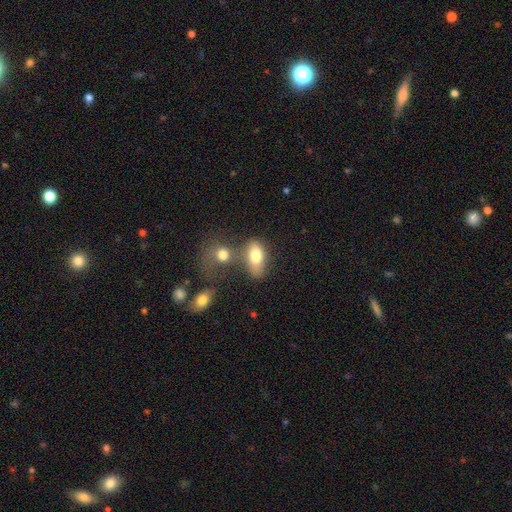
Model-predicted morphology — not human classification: smooth 77%, featured or disk 15%, star or artifact 9%. Down the decision tree: how rounded — in between (84%); merging — none (38%).